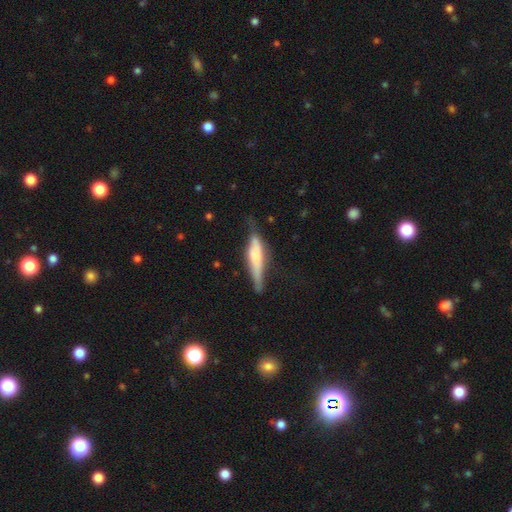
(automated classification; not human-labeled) smooth_or_featured: smooth (p=0.48) [alt: featured or disk p=0.46]
merging: none (p=0.49) [alt: minor disturbance p=0.34]